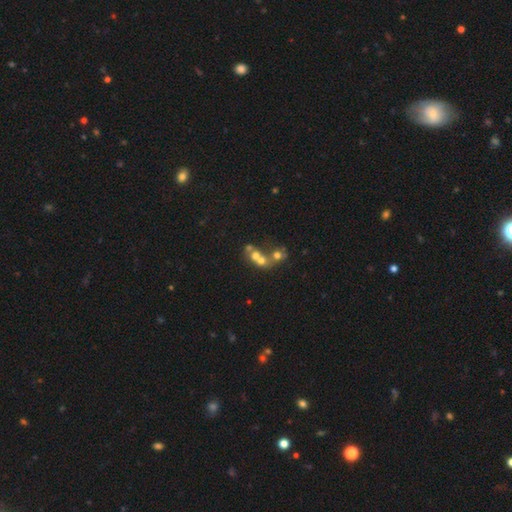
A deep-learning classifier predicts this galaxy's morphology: This appears to be a smooth galaxy with no disk features (52%) that is round (70%). Merging: merger (63%).